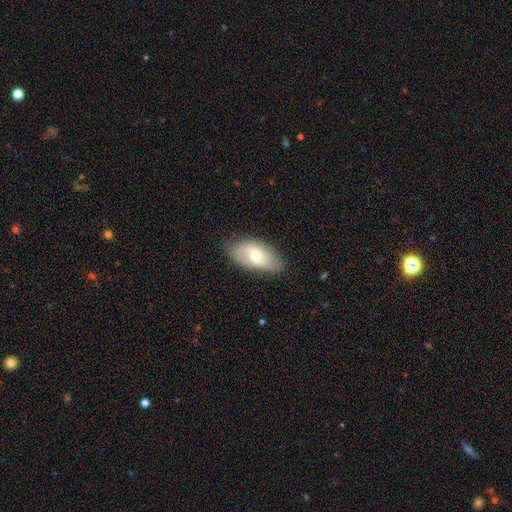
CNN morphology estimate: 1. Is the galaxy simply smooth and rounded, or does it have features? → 49% smooth, 44% featured or disk, 7% star or artifact.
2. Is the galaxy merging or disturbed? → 79% none, 16% minor disturbance, 4% major disturbance, 1% merger.